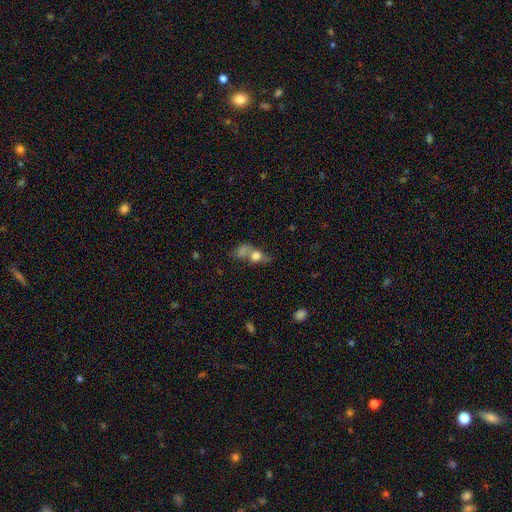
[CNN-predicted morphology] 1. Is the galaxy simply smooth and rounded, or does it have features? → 66% smooth, 21% featured or disk, 12% star or artifact.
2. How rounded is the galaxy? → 48% in between, 47% round, 5% cigar-shaped.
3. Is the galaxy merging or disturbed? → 56% merger, 23% none, 11% major disturbance, 10% minor disturbance.